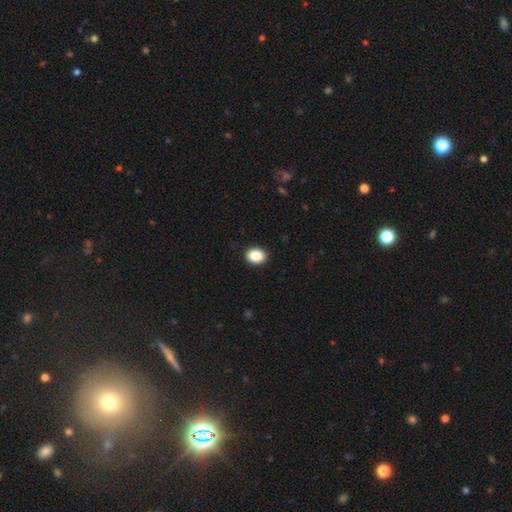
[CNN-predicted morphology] smooth_or_featured: smooth (p=0.89) [alt: star or artifact p=0.08]
how_rounded: in between (p=0.57) [alt: round p=0.42]
merging: none (p=0.91) [alt: minor disturbance p=0.07]